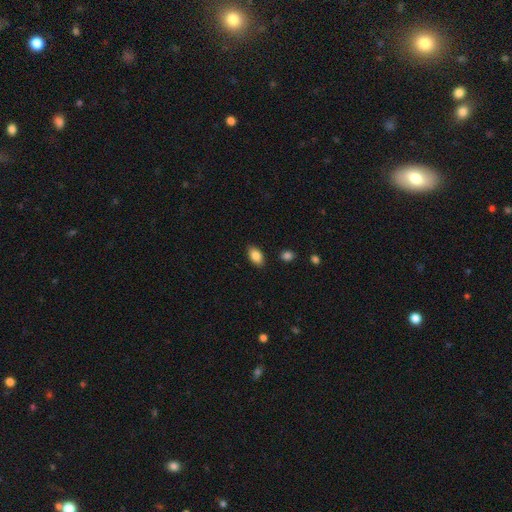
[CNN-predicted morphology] A smooth galaxy with no disk features (87%) that is in between round and cigar-shaped (92%).

Vote fractions:
- Smooth or featured? smooth: 87% / star or artifact: 7% / featured or disk: 6%
- How rounded? in between: 92% / round: 6% / cigar-shaped: 2%
- Merging? none: 87% / minor disturbance: 9% / major disturbance: 2% / merger: 2%